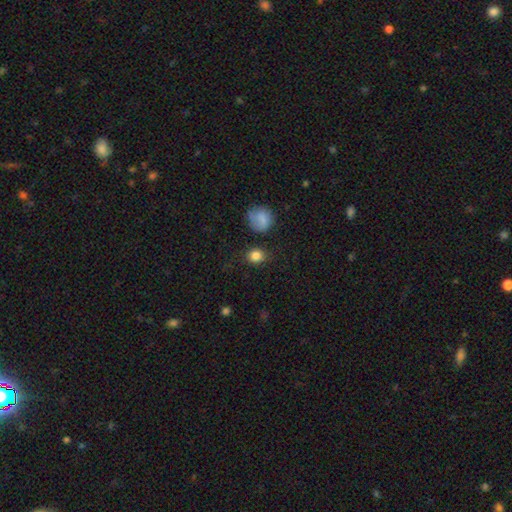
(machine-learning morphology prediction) Q: Smooth or featured?
A: smooth (84%); runner-up: star or artifact (11%)
Q: How rounded?
A: round (72%); runner-up: in between (26%)
Q: Merging?
A: none (80%); runner-up: minor disturbance (12%)